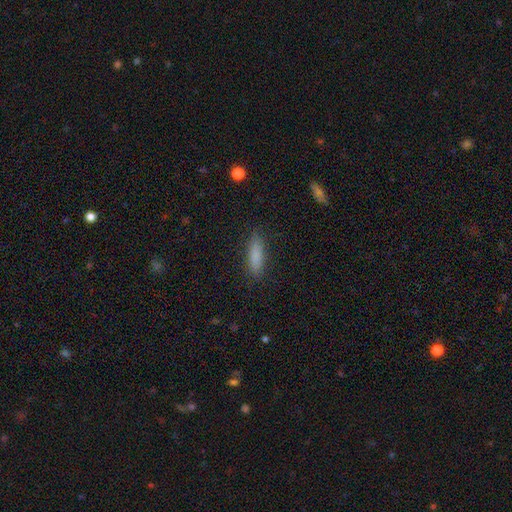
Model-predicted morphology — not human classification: A smooth galaxy with no disk features (83%) that is cigar-shaped (66%).

Vote fractions:
- Smooth or featured? smooth: 83% / featured or disk: 9% / star or artifact: 8%
- How rounded? cigar-shaped: 66% / in between: 32% / round: 2%
- Merging? none: 86% / minor disturbance: 11% / major disturbance: 3% / merger: 1%